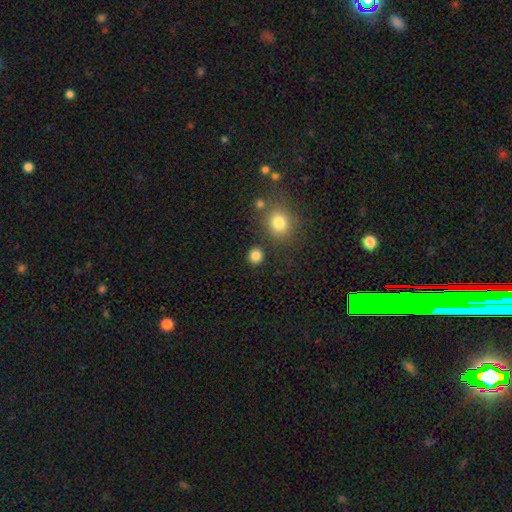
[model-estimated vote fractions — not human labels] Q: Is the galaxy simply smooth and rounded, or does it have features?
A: smooth — 84%.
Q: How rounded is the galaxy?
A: round — 87%.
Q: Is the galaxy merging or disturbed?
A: none — 85%.